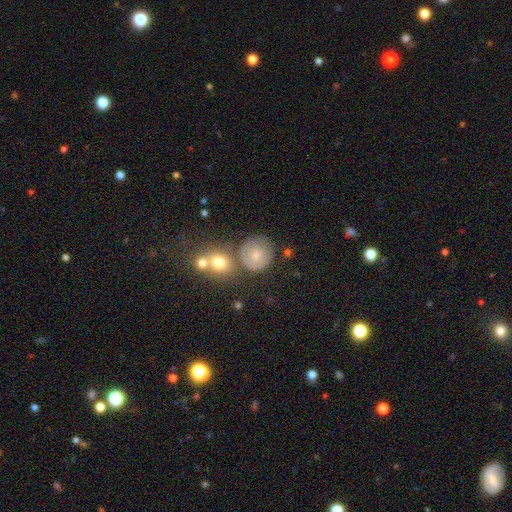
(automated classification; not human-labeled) A smooth galaxy with no disk features (64%) that is round (88%).

Vote fractions:
- Smooth or featured? smooth: 64% / featured or disk: 26% / star or artifact: 11%
- How rounded? round: 88% / in between: 11% / cigar-shaped: 1%
- Merging? none: 60% / minor disturbance: 18% / merger: 13% / major disturbance: 9%